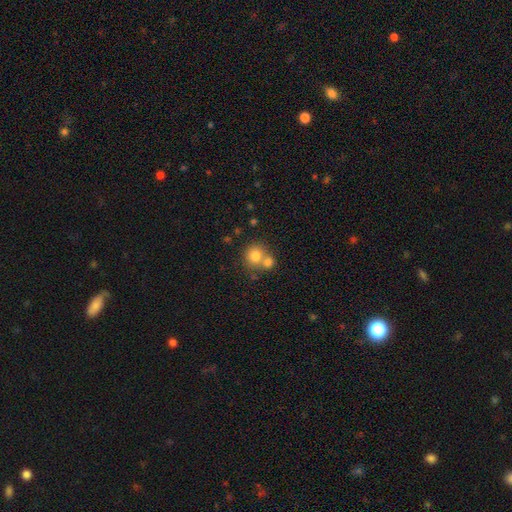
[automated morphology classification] Smooth or featured? smooth (77%)
How rounded? round (87%)
Merging? none (46%)